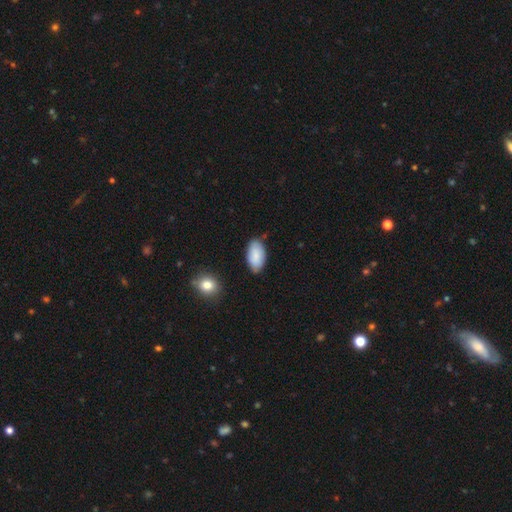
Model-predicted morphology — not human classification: The model was most divided on "merging": none: 77%, minor disturbance: 17%, major disturbance: 3%, merger: 3%. More confident: how rounded — in between (95%); smooth or featured — smooth (86%).